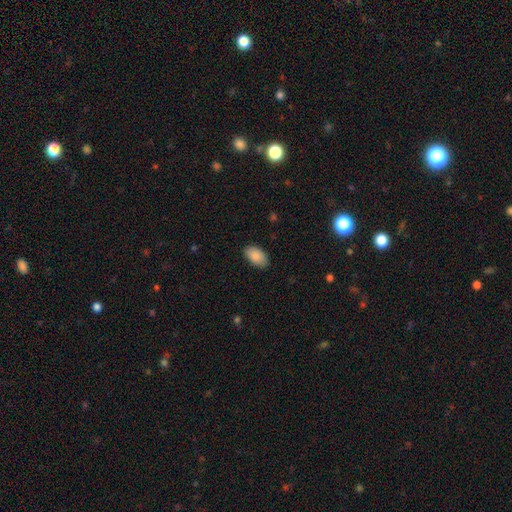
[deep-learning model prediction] smooth_or_featured: smooth (p=0.88) [alt: star or artifact p=0.06]
how_rounded: in between (p=0.94) [alt: round p=0.04]
merging: none (p=0.86) [alt: minor disturbance p=0.11]